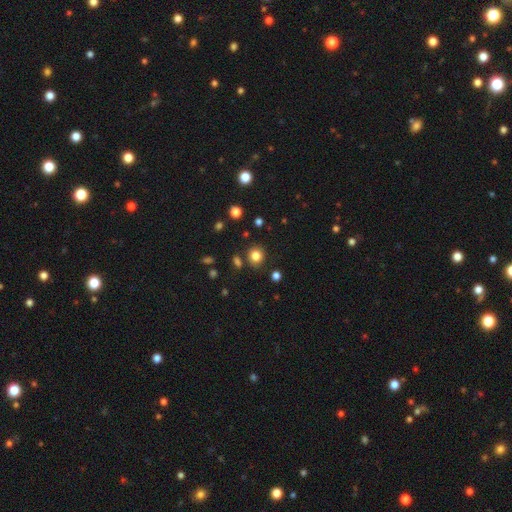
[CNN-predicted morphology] Overall: smooth (81%). How rounded: round (84%). Merging: none (83%).